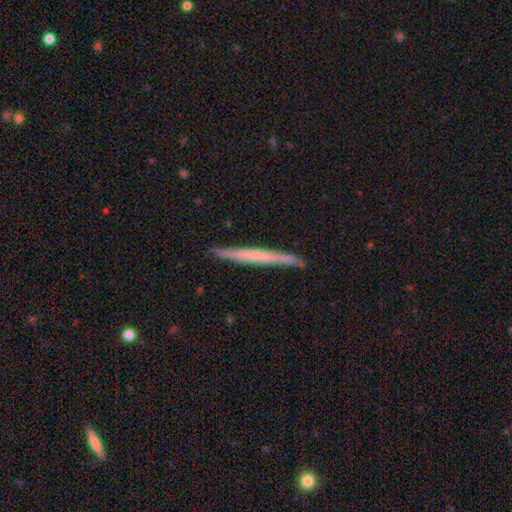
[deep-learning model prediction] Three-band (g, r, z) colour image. It shows a featured or disk galaxy (50%). Merging: none (88%).